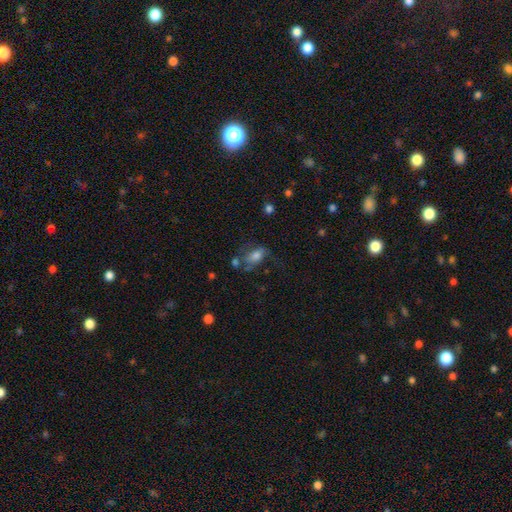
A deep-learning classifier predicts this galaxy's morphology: Smooth or featured?
  - smooth: 61% *
  - featured or disk: 29%
  - star or artifact: 11%
How rounded?
  - in between: 84% *
  - round: 13%
  - cigar-shaped: 3%
Merging?
  - none: 37% *
  - major disturbance: 27%
  - minor disturbance: 24%
  - merger: 11%